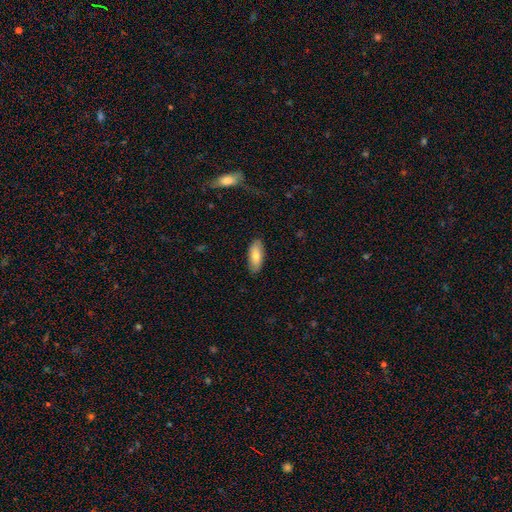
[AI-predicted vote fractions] Morphology: type=smooth (77%); roundness=in between (82%); merging=none (86%).